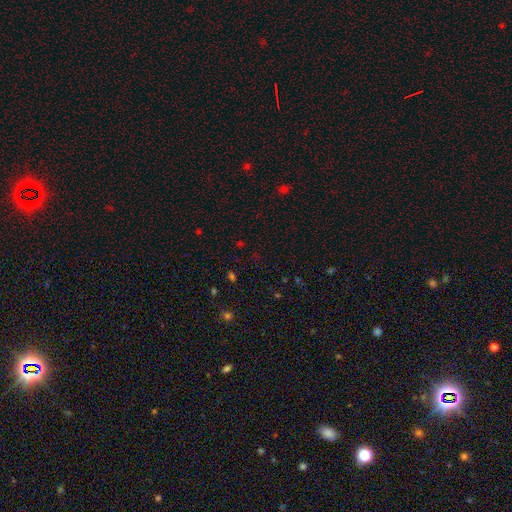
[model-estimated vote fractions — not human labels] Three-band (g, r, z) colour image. It shows a star or artifact, not a galaxy (58%).